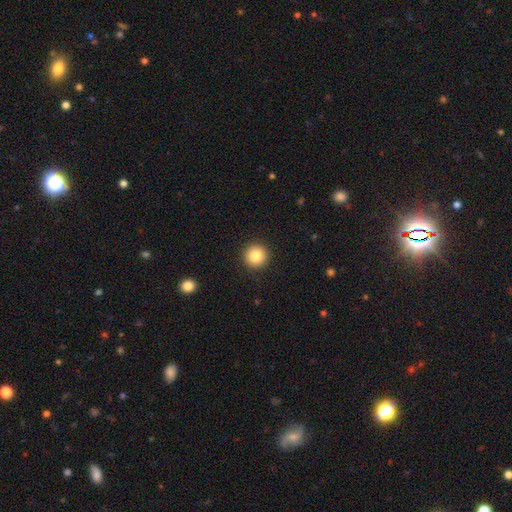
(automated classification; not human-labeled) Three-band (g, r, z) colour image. It shows a smooth galaxy with no disk features (84%) that is round (96%). Merging: none (93%).